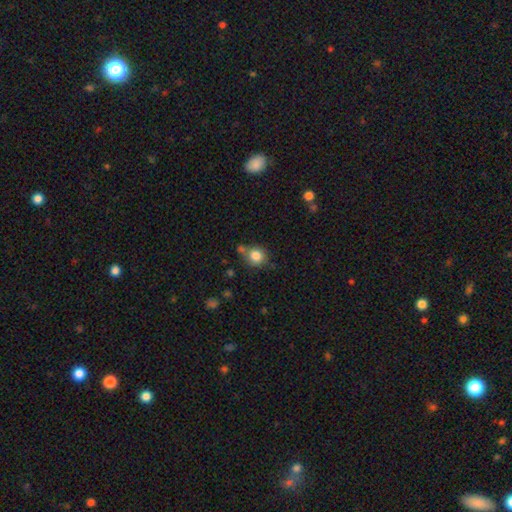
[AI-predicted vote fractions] A smooth galaxy with no disk features (83%) that is round (88%).

Vote fractions:
- Smooth or featured? smooth: 83% / star or artifact: 10% / featured or disk: 7%
- How rounded? round: 88% / in between: 11% / cigar-shaped: 1%
- Merging? none: 67% / minor disturbance: 15% / merger: 14% / major disturbance: 4%